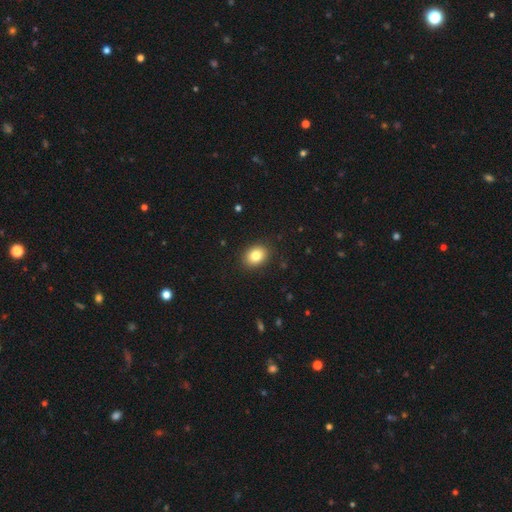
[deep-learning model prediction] Q: Smooth or featured?
A: smooth (83%); runner-up: star or artifact (9%)
Q: How rounded?
A: in between (59%); runner-up: round (40%)
Q: Merging?
A: none (89%); runner-up: minor disturbance (8%)